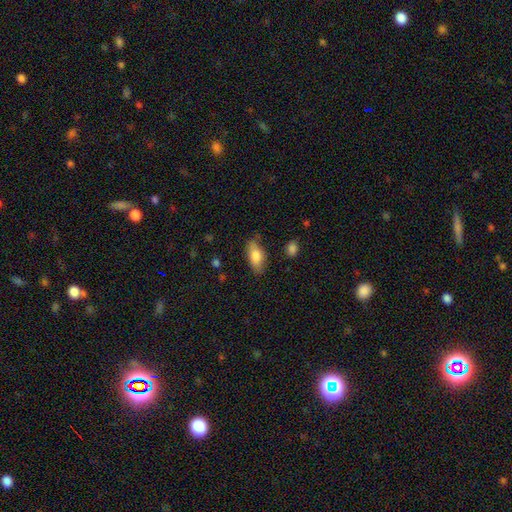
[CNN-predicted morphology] This appears to be a smooth galaxy with no disk features (82%) that is in between round and cigar-shaped (87%). Merging: none (74%).